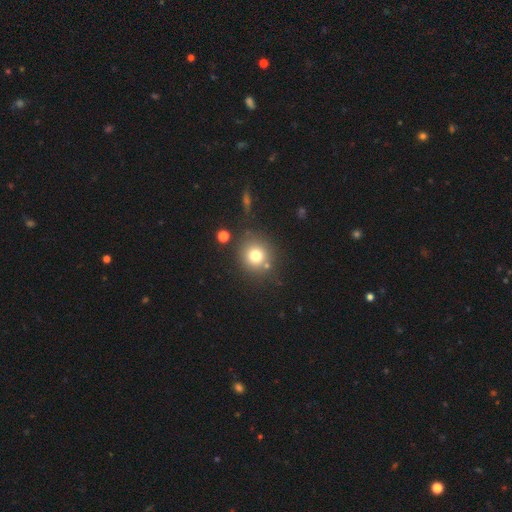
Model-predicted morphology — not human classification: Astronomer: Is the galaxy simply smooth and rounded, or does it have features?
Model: smooth — 76%.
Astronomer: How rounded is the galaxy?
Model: round — 88%.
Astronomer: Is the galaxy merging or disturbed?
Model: none — 79%.